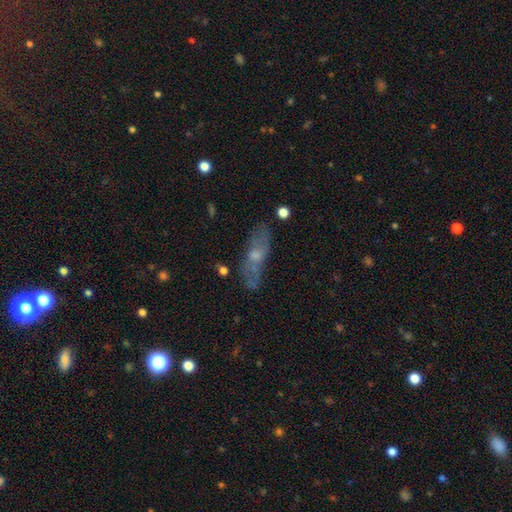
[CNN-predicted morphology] Q: Smooth or featured?
A: featured or disk (46%); runner-up: smooth (45%)
Q: Merging?
A: none (67%); runner-up: minor disturbance (20%)